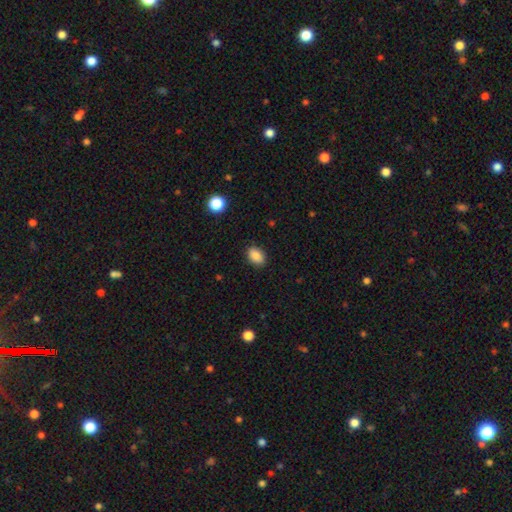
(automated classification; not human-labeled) Overall: smooth (88%). How rounded: in between (84%). Merging: none (88%).